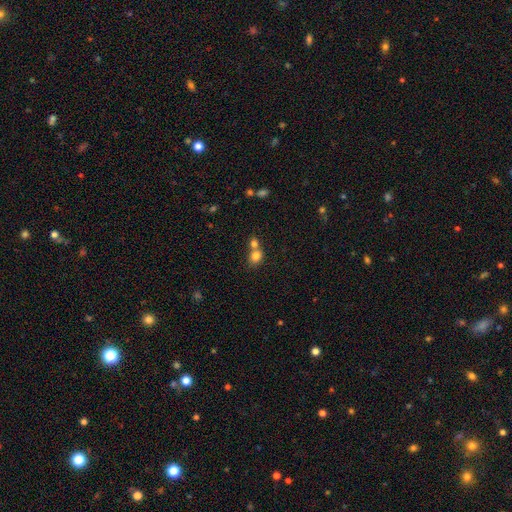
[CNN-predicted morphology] Smooth or featured? Predicted: smooth (p=0.80). How rounded? Predicted: round (p=0.64). Merging? Predicted: merger (p=0.49).